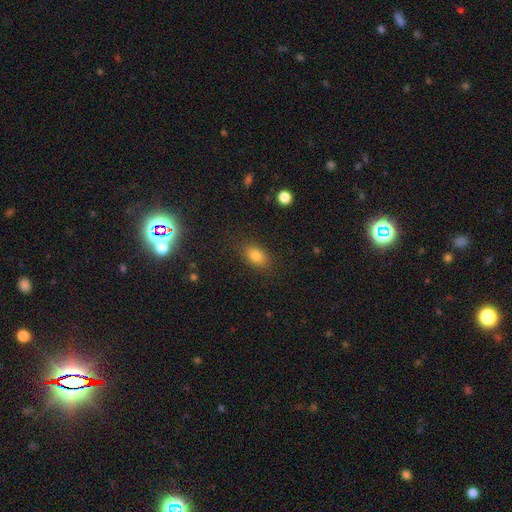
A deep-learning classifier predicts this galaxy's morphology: Smooth or featured? Predicted: smooth (p=0.82). How rounded? Predicted: in between (p=0.85). Merging? Predicted: none (p=0.85).